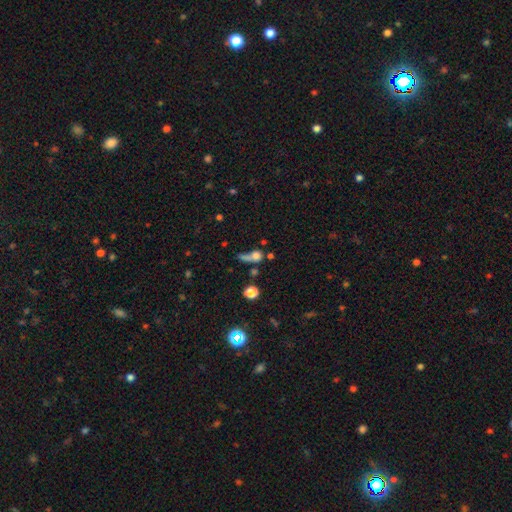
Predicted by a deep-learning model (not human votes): A smooth galaxy with no disk features (58%) that is round (54%).

Vote fractions:
- Smooth or featured? smooth: 58% / featured or disk: 22% / star or artifact: 19%
- How rounded? round: 54% / in between: 32% / cigar-shaped: 13%
- Merging? none: 32% / major disturbance: 28% / merger: 26% / minor disturbance: 14%